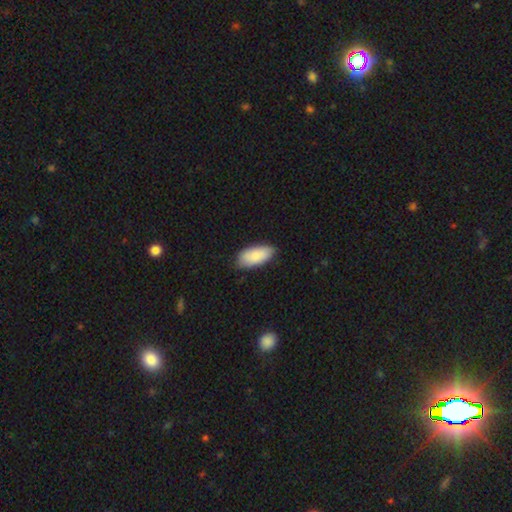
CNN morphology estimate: Overall: smooth (85%). How rounded: in between (91%). Merging: none (79%).